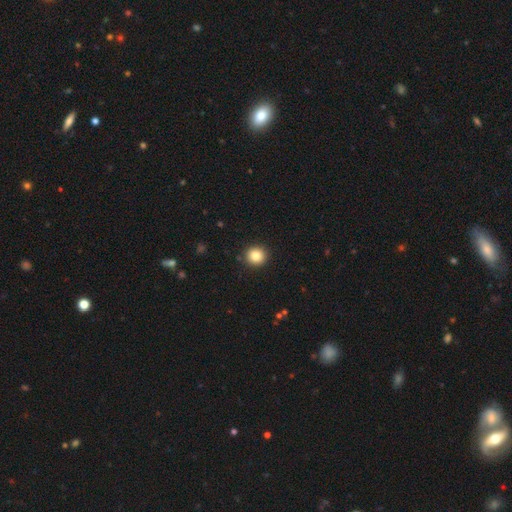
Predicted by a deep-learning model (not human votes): smooth_or_featured: smooth (p=0.85) [alt: star or artifact p=0.10]
how_rounded: round (p=0.93) [alt: in between p=0.06]
merging: none (p=0.92) [alt: minor disturbance p=0.06]